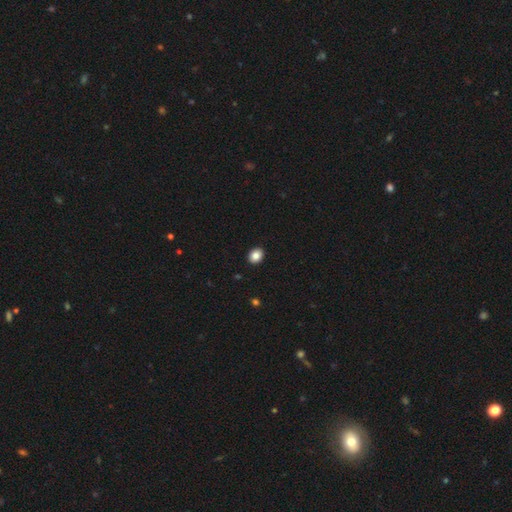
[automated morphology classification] Smooth or featured: smooth — 86% (star or artifact — 9%)
How rounded: in between — 51% (round — 48%)
Merging: none — 92% (minor disturbance — 6%)